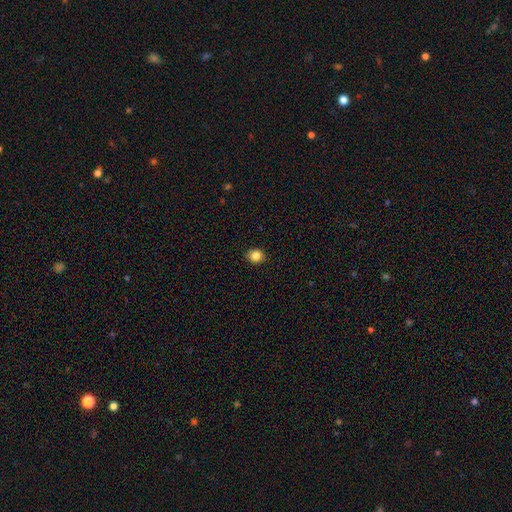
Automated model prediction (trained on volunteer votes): smooth-or-featured: smooth: 85% | star or artifact: 11% | featured or disk: 4%
  how-rounded: round: 69% | in between: 30% | cigar-shaped: 1%
  merging: none: 91% | minor disturbance: 6% | major disturbance: 2% | merger: 1%